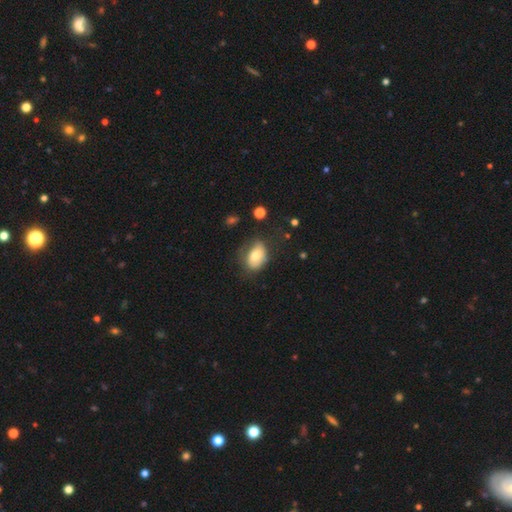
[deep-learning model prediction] The model was most divided on "merging": none: 56%, minor disturbance: 28%, major disturbance: 13%, merger: 3%. More confident: how rounded — in between (82%); smooth or featured — smooth (73%).